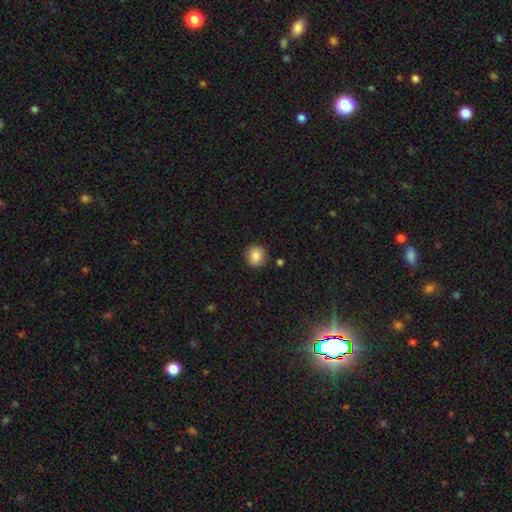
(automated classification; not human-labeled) Smooth or featured: smooth — 86% (star or artifact — 9%)
How rounded: round — 84% (in between — 16%)
Merging: none — 87% (minor disturbance — 8%)